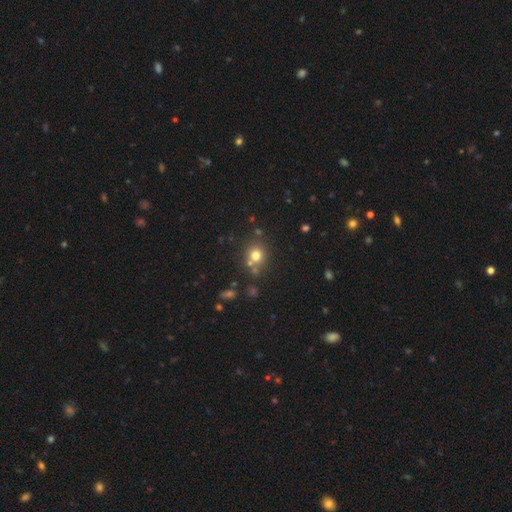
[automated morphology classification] type=smooth (73%); roundness=round (83%); merging=none (67%).